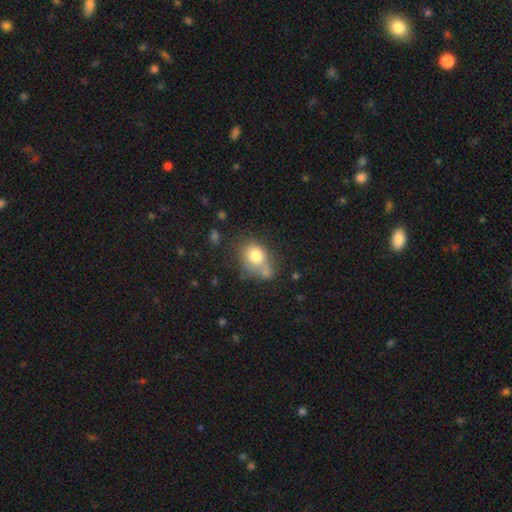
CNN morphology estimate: smooth-or-featured: smooth: 77% | featured or disk: 14% | star or artifact: 9%
  how-rounded: round: 50% | in between: 49% | cigar-shaped: 1%
  merging: none: 42% | merger: 25% | minor disturbance: 22% | major disturbance: 11%